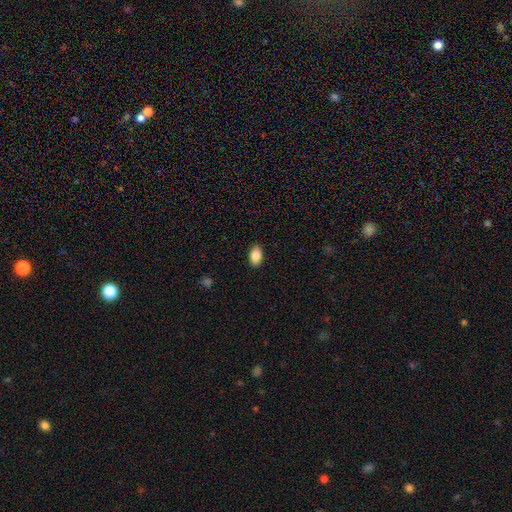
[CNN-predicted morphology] A smooth galaxy with no disk features (86%) that is in between round and cigar-shaped (91%).

Vote fractions:
- Smooth or featured? smooth: 86% / star or artifact: 7% / featured or disk: 7%
- How rounded? in between: 91% / round: 7% / cigar-shaped: 2%
- Merging? none: 89% / minor disturbance: 8% / major disturbance: 2% / merger: 1%